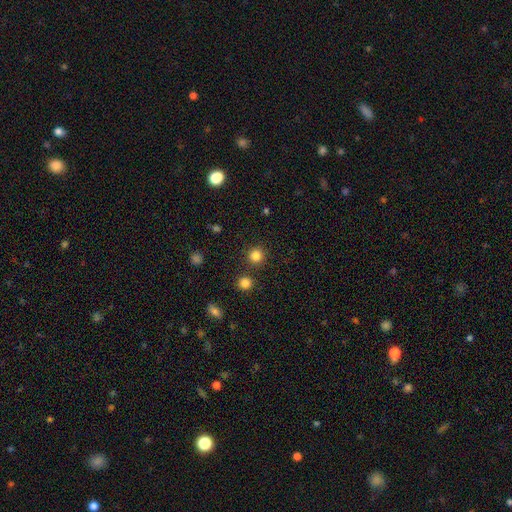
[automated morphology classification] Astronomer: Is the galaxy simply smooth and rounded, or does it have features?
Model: smooth — 83%.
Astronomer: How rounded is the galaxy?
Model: round — 94%.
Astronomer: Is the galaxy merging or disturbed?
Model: none — 87%.